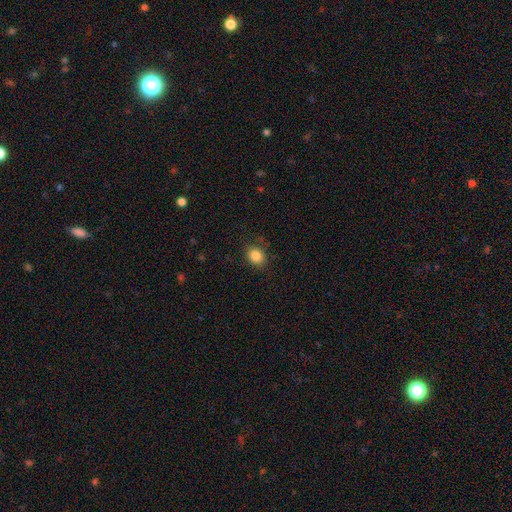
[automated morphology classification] This appears to be a smooth galaxy with no disk features (85%) that is round (59%). Merging: none (83%).